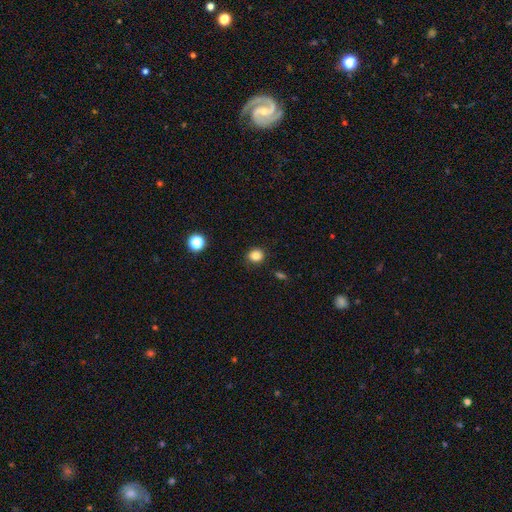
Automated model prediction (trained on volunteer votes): smooth-or-featured: smooth: 83% | star or artifact: 12% | featured or disk: 5%
  how-rounded: round: 83% | in between: 16% | cigar-shaped: 1%
  merging: none: 87% | minor disturbance: 9% | major disturbance: 2% | merger: 1%